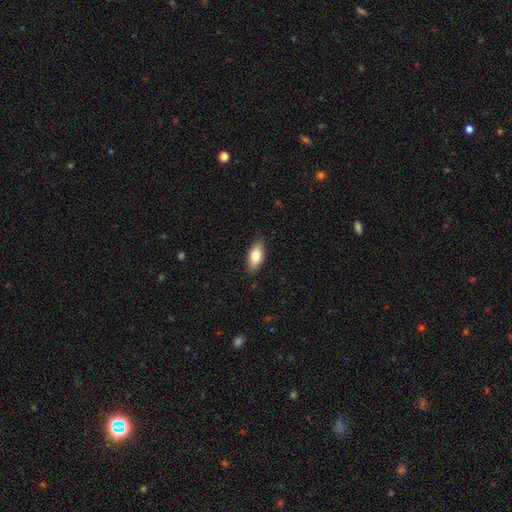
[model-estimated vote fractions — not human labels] Morphology: type=smooth (78%); roundness=in between (84%); merging=none (87%).